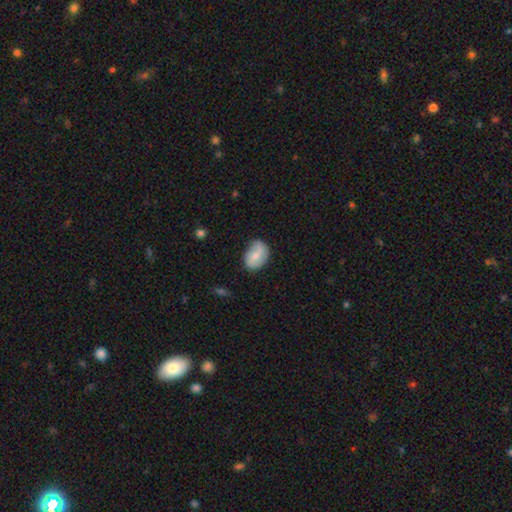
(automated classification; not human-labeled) Smooth or featured: smooth — 55% (featured or disk — 38%)
How rounded: in between — 75% (round — 24%)
Merging: none — 65% (minor disturbance — 27%)